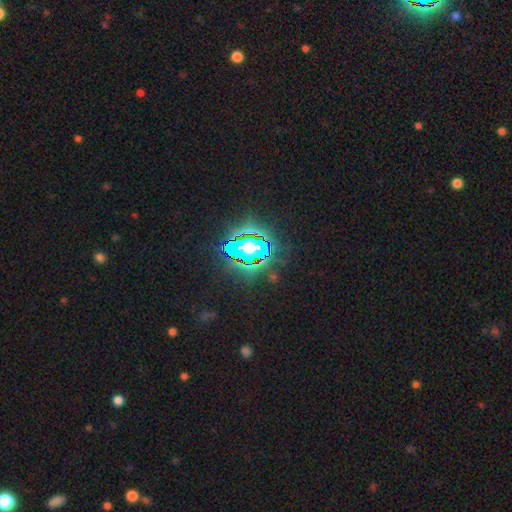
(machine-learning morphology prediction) This is likely a star or artifact rather than a galaxy (74%).